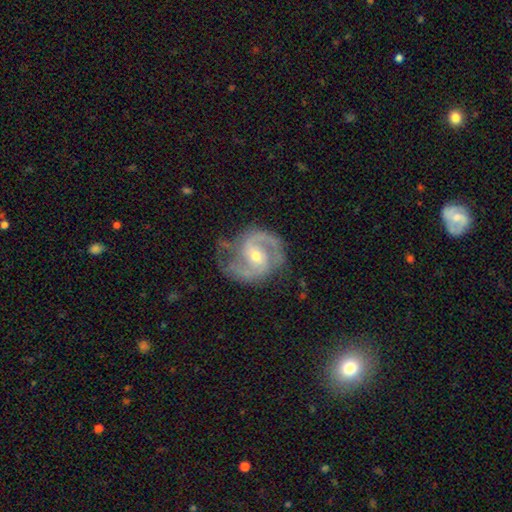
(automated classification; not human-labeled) Q: Smooth or featured?
A: featured or disk (91%); runner-up: star or artifact (5%)
Q: Edge-on disk?
A: no (98%); runner-up: yes (2%)
Q: Bar?
A: weak (42%); runner-up: no (38%)
Q: Spiral arms?
A: yes (98%); runner-up: no (2%)
Q: Spiral winding?
A: medium (58%); runner-up: tight (28%)
Q: Spiral arm count?
A: 2 (89%); runner-up: 3 (4%)
Q: Bulge size?
A: moderate (49%); runner-up: small (48%)
Q: Merging?
A: none (72%); runner-up: minor disturbance (19%)